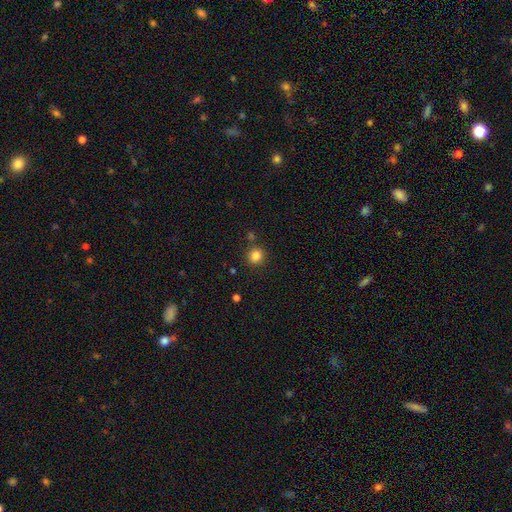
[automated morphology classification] smooth_or_featured: smooth (p=0.83) [alt: star or artifact p=0.12]
how_rounded: round (p=0.90) [alt: in between p=0.09]
merging: none (p=0.84) [alt: minor disturbance p=0.08]